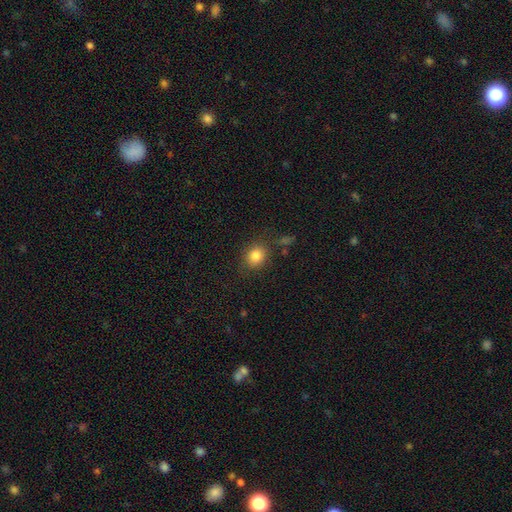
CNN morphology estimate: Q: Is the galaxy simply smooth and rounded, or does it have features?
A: smooth — 83%.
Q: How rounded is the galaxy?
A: round — 67%.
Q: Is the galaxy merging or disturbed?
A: none — 81%.